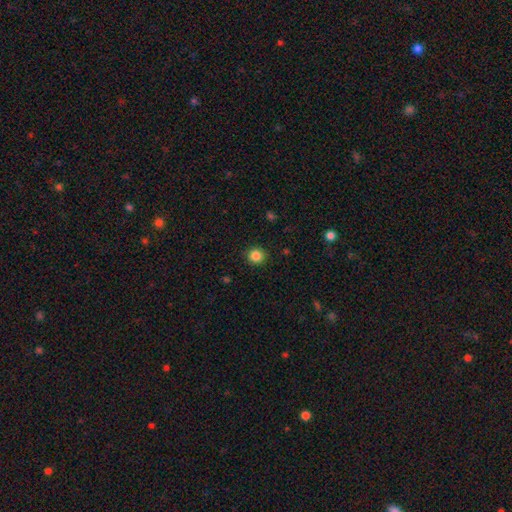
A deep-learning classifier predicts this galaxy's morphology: smooth-or-featured: smooth: 85% | star or artifact: 11% | featured or disk: 4%
  how-rounded: round: 93% | in between: 6% | cigar-shaped: 1%
  merging: none: 91% | minor disturbance: 6% | major disturbance: 2% | merger: 1%